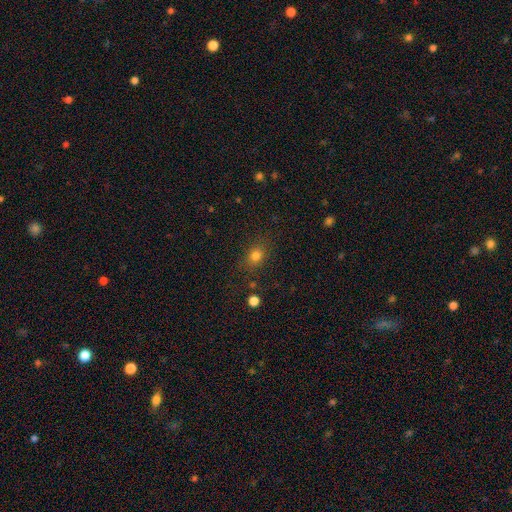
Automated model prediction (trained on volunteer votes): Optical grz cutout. It shows a smooth galaxy with no disk features (78%) that is round (50%). Merging: none (81%).